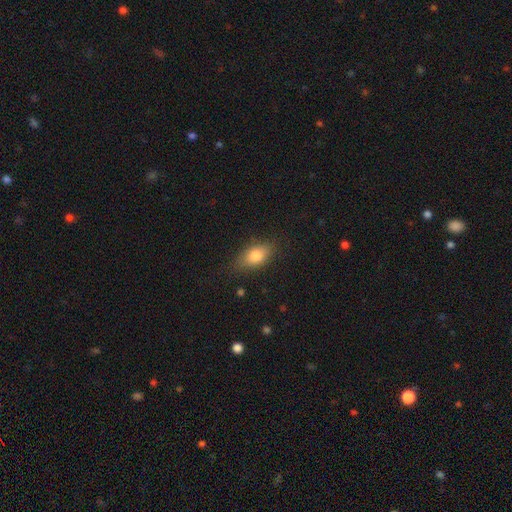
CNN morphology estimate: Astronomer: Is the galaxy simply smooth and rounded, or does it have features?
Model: smooth — 80%.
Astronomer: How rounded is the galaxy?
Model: in between — 85%.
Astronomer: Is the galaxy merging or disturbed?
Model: none — 77%.